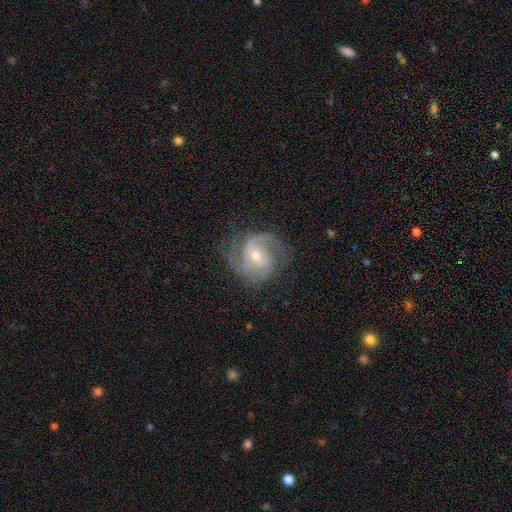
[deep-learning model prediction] Morphology: type=featured or disk (88%); edge-on=no (98%); bar=no (46%); spiral arms=yes (97%); winding=medium (49%); arm count=2 (62%); bulge=moderate (56%); merging=none (73%).